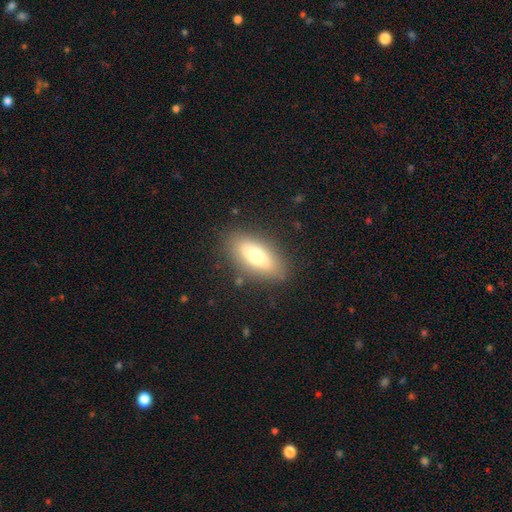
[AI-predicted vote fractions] This is likely a smooth galaxy (69%). How rounded: clearly in between (83%). Merging: clearly none (85%).